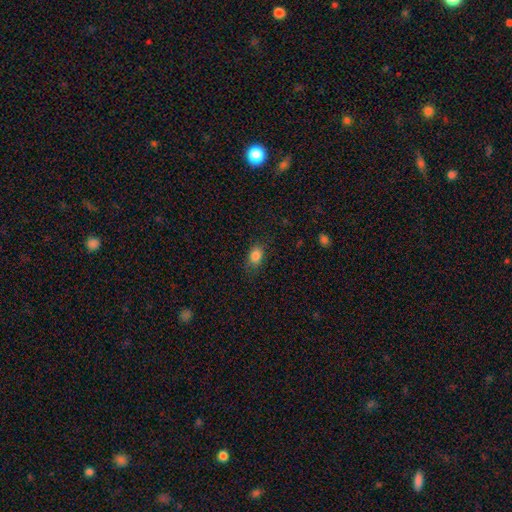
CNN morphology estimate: Smooth or featured? smooth (84%)
How rounded? in between (76%)
Merging? none (78%)